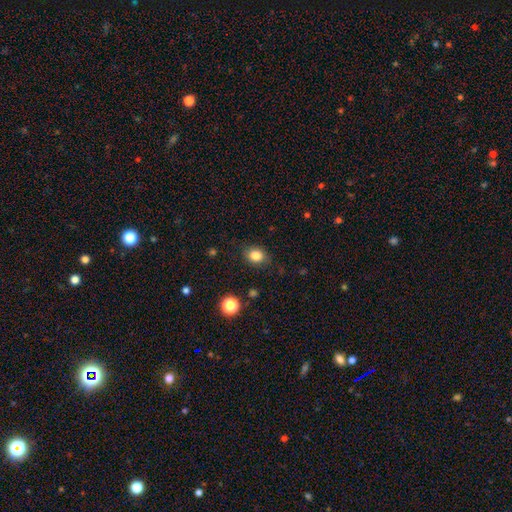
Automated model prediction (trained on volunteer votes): smooth-or-featured: smooth: 84% | star or artifact: 11% | featured or disk: 5%
  how-rounded: in between: 51% | round: 48% | cigar-shaped: 1%
  merging: none: 83% | minor disturbance: 12% | major disturbance: 4% | merger: 1%